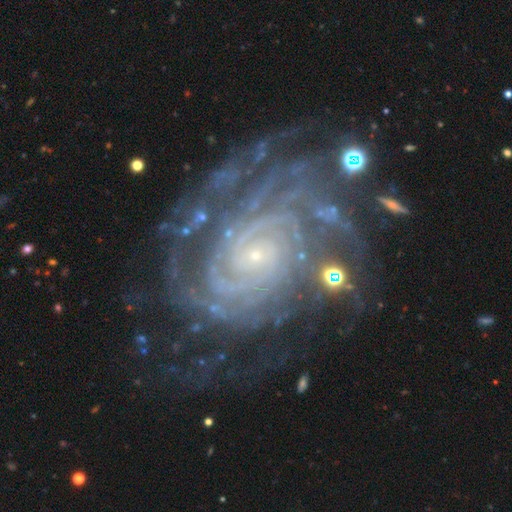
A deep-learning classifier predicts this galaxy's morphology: This is clearly a featured or disk galaxy (91%). It is clearly not viewed edge-on (98%). Bar: likely no (68%). Spiral arm pattern: clearly yes (98%). Spiral arm count: marginally more than 4 (24%). Spiral winding: clearly tight (84%). Central bulge: clearly small (86%). Merging: likely none (67%).